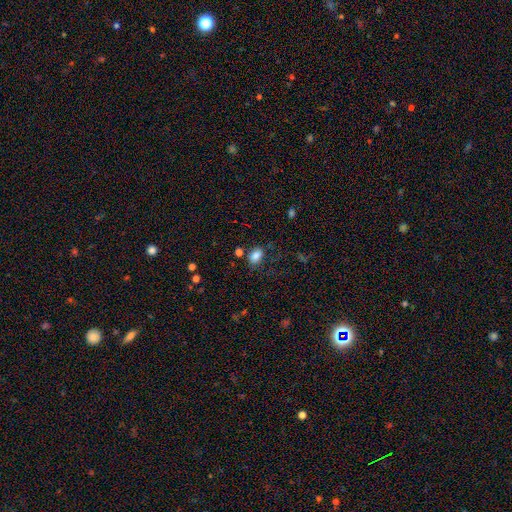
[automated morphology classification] Smooth or featured: smooth — 83% (star or artifact — 11%)
How rounded: in between — 82% (round — 17%)
Merging: none — 68% (minor disturbance — 18%)